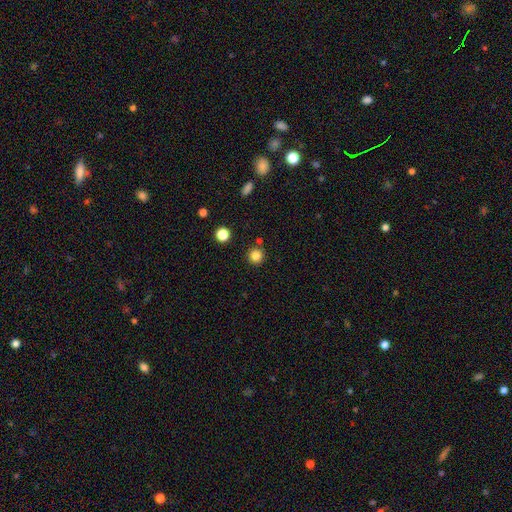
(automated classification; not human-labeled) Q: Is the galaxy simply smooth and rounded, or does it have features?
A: smooth — 83%.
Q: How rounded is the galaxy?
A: round — 95%.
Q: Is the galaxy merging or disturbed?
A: none — 86%.